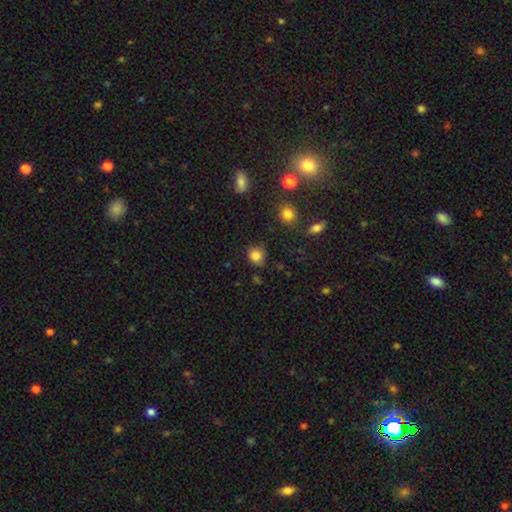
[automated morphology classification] Overall: smooth (84%). How rounded: round (80%). Merging: none (80%).